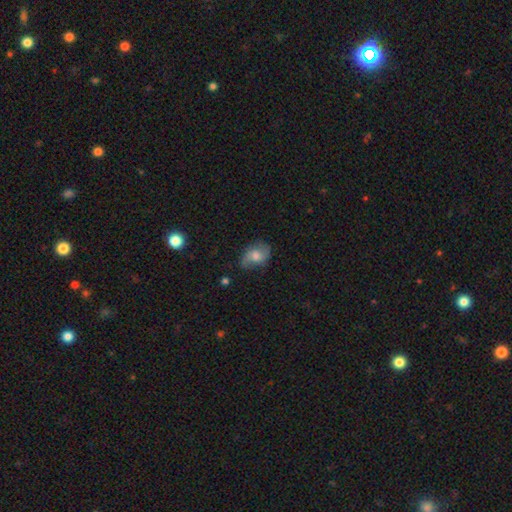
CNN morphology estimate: This is possibly a featured or disk galaxy (54%). It is clearly not viewed edge-on (96%). Bar: likely no (61%). Spiral arm pattern: clearly yes (86%). Central bulge: possibly moderate (54%). Merging: likely none (68%).